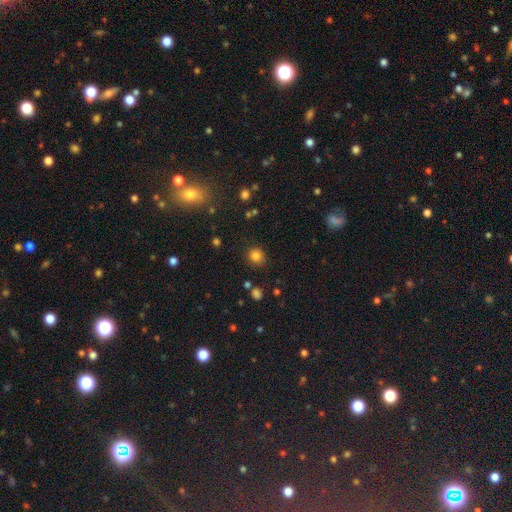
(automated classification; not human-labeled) Overall: smooth (82%). How rounded: round (84%). Merging: none (86%).